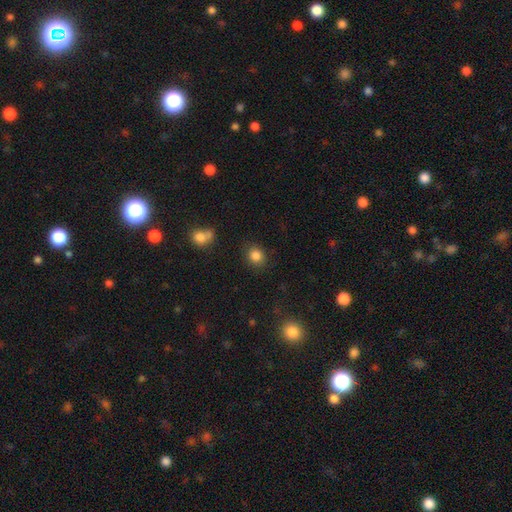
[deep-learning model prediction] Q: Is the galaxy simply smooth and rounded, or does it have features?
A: smooth — 84%.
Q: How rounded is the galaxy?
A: round — 71%.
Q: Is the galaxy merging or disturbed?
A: none — 85%.